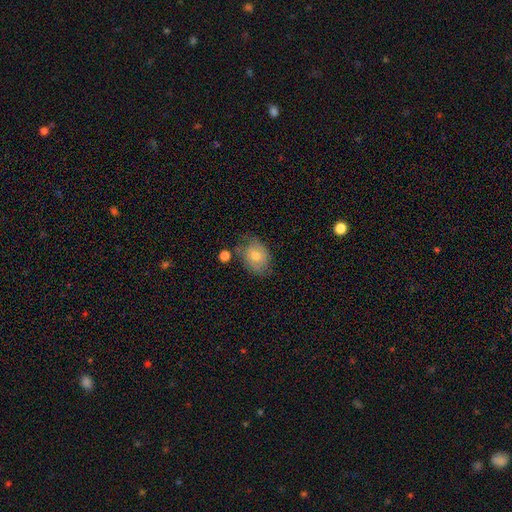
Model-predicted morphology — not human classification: Overall: smooth (58%; featured or disk 33%). How rounded: in between (68%; round 31%). Merging: none (62%; minor disturbance 25%).